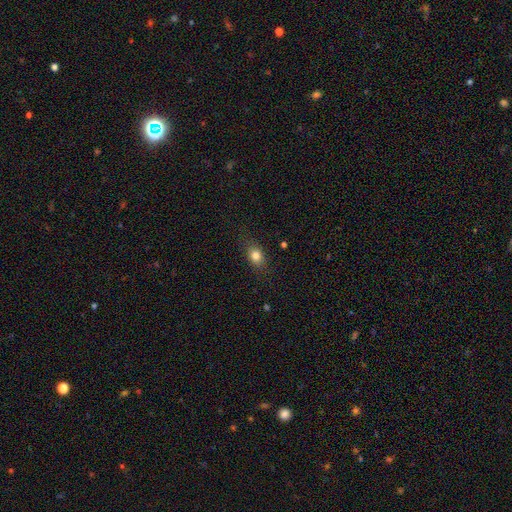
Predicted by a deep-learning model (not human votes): Smooth or featured?
  - smooth: 79% *
  - star or artifact: 11%
  - featured or disk: 10%
How rounded?
  - in between: 62% *
  - round: 34%
  - cigar-shaped: 4%
Merging?
  - none: 80% *
  - minor disturbance: 15%
  - major disturbance: 5%
  - merger: 1%